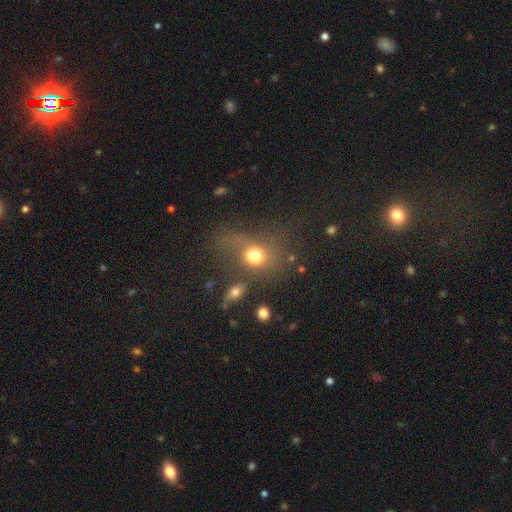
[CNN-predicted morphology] A smooth galaxy with no disk features (68%) that is round (55%).

Vote fractions:
- Smooth or featured? smooth: 68% / featured or disk: 16% / star or artifact: 16%
- How rounded? round: 55% / in between: 43% / cigar-shaped: 2%
- Merging? none: 40% / major disturbance: 27% / minor disturbance: 19% / merger: 13%